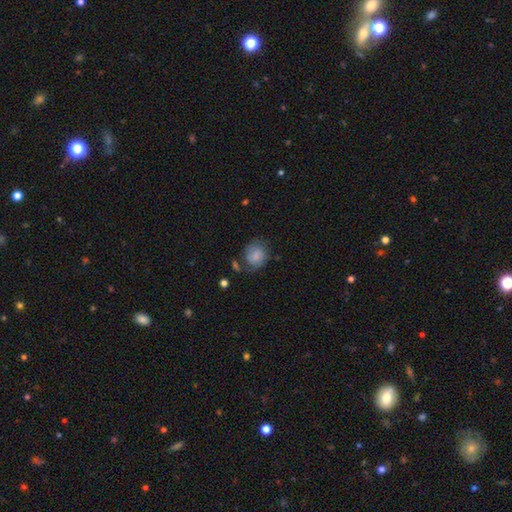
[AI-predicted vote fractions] smooth 76%, featured or disk 16%, star or artifact 8%. Down the decision tree: how rounded — round (65%); merging — none (56%).